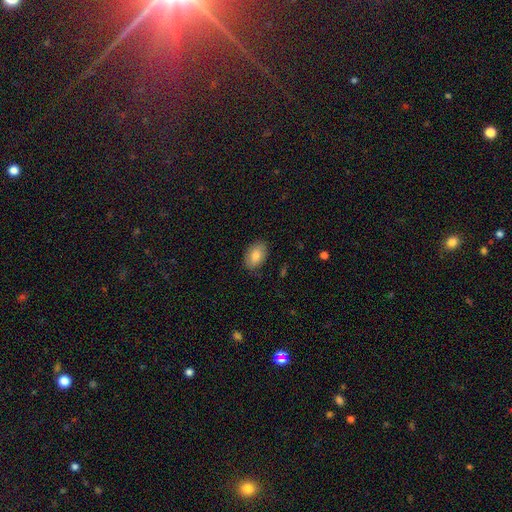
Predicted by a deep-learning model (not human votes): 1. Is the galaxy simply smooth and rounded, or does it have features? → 82% smooth, 11% featured or disk, 7% star or artifact.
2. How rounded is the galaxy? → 90% in between, 9% round, 1% cigar-shaped.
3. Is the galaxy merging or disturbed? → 84% none, 13% minor disturbance, 3% major disturbance, 1% merger.